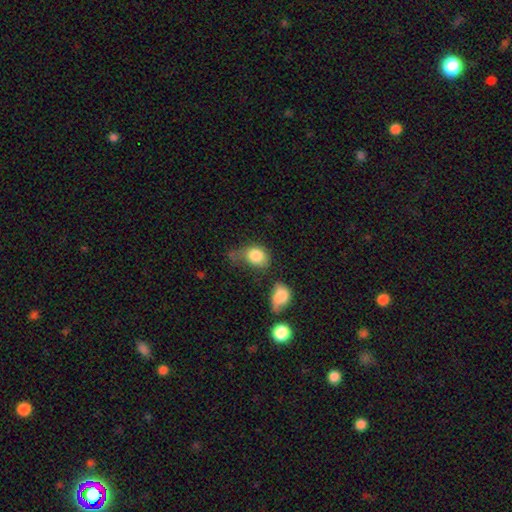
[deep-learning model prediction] smooth-or-featured: smooth: 83% | star or artifact: 9% | featured or disk: 8%
  how-rounded: in between: 51% | round: 47% | cigar-shaped: 1%
  merging: none: 31% | minor disturbance: 28% | major disturbance: 22% | merger: 20%